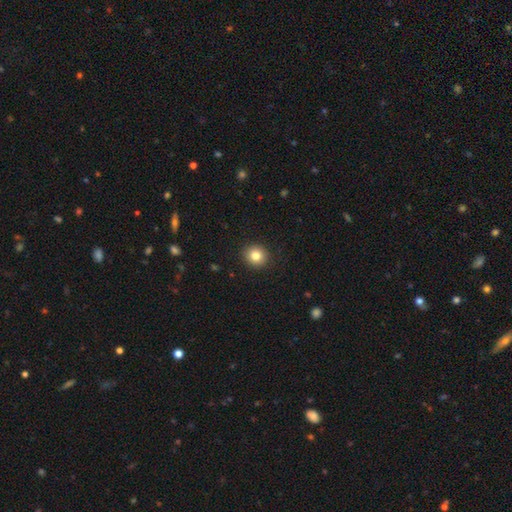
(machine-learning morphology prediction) A smooth galaxy with no disk features (81%) that is round (89%).

Vote fractions:
- Smooth or featured? smooth: 81% / star or artifact: 11% / featured or disk: 8%
- How rounded? round: 89% / in between: 10% / cigar-shaped: 1%
- Merging? none: 92% / minor disturbance: 6% / major disturbance: 2% / merger: 1%